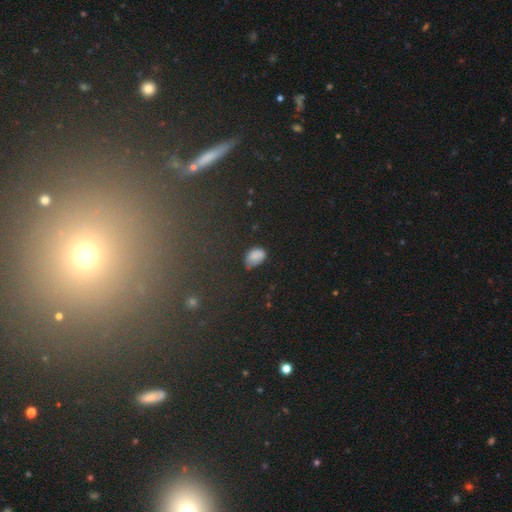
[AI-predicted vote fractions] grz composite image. It shows a smooth galaxy with no disk features (79%) that is in between round and cigar-shaped (87%). Merging: none (56%).